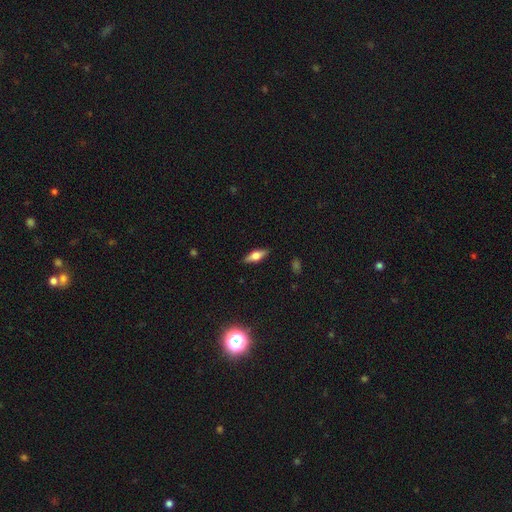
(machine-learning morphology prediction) Q: Smooth or featured?
A: featured or disk (51%); runner-up: smooth (41%)
Q: Edge-on disk?
A: yes (92%); runner-up: no (8%)
Q: Merging?
A: none (88%); runner-up: minor disturbance (9%)